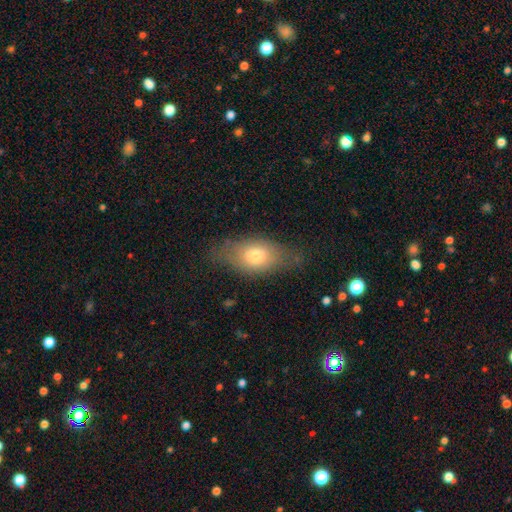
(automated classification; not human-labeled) The model was most divided on "merging": none: 68%, minor disturbance: 22%, major disturbance: 8%, merger: 2%. More confident: how rounded — in between (81%); smooth or featured — smooth (70%).